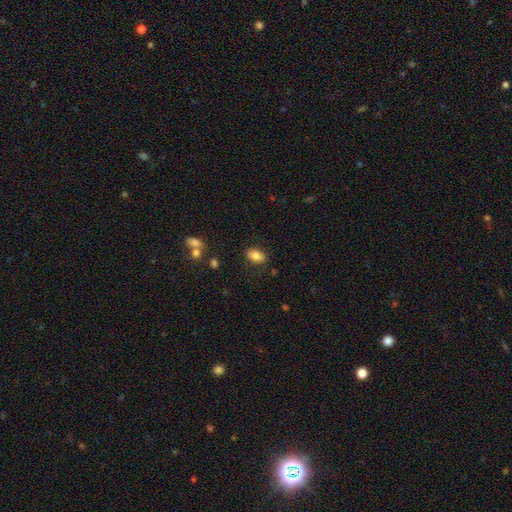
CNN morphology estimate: smooth-or-featured: smooth: 83% | featured or disk: 9% | star or artifact: 9%
  how-rounded: in between: 85% | round: 13% | cigar-shaped: 2%
  merging: none: 83% | minor disturbance: 11% | major disturbance: 3% | merger: 2%